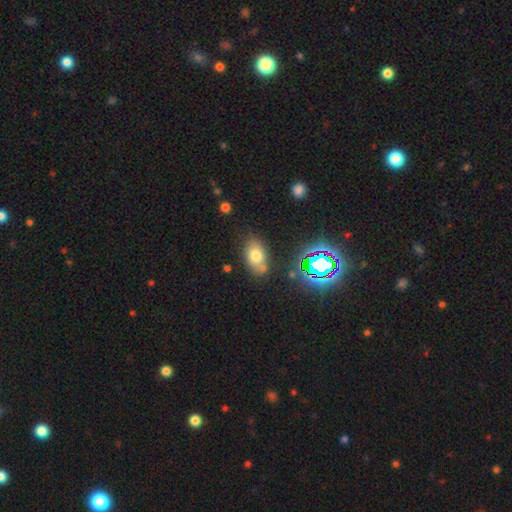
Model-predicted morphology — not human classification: Smooth or featured? Predicted: smooth (p=0.69). How rounded? Predicted: in between (p=0.87). Merging? Predicted: none (p=0.70).